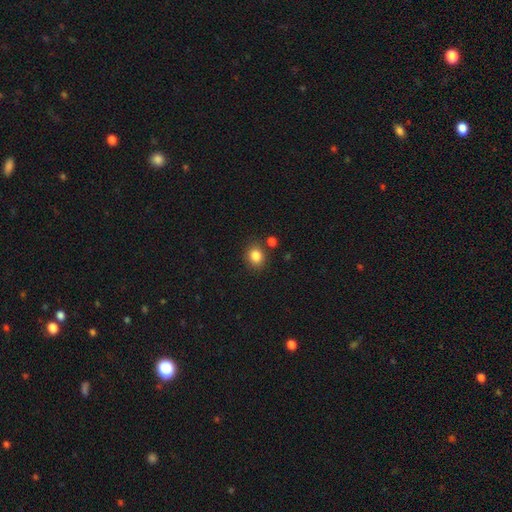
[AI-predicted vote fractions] Smooth or featured?
  - smooth: 85% *
  - star or artifact: 11%
  - featured or disk: 5%
How rounded?
  - round: 63% *
  - in between: 36%
  - cigar-shaped: 1%
Merging?
  - none: 80% *
  - minor disturbance: 10%
  - merger: 7%
  - major disturbance: 3%